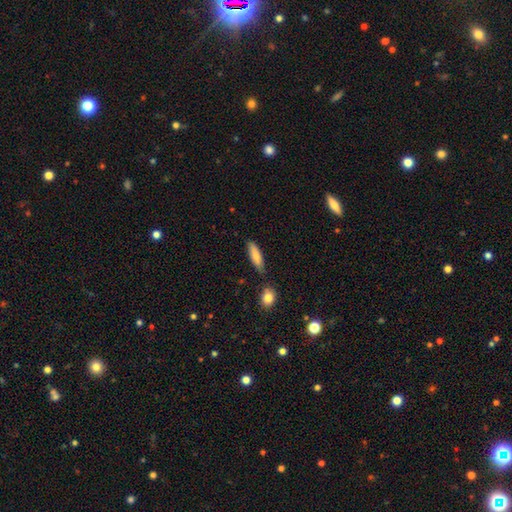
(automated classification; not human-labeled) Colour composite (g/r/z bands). It shows a smooth galaxy with no disk features (80%) that is cigar-shaped (60%). Merging: none (77%).